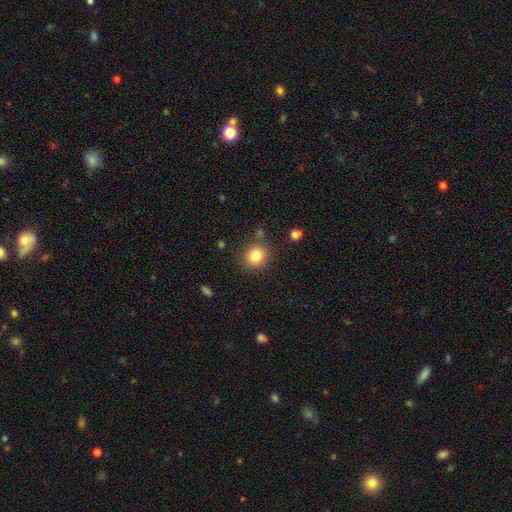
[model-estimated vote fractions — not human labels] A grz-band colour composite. It shows a smooth galaxy with no disk features (83%) that is round (83%). Merging: none (83%).